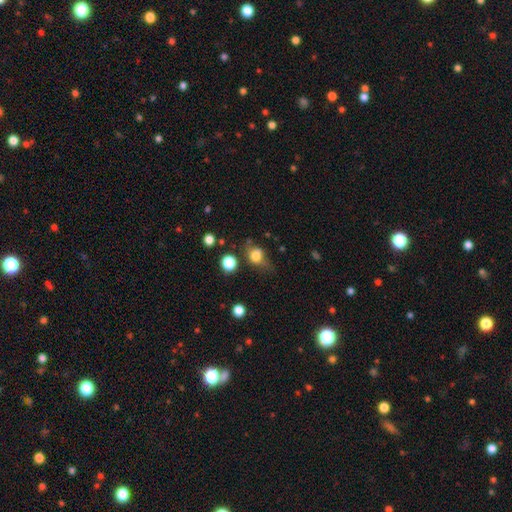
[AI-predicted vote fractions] This is likely a smooth galaxy (74%). How rounded: possibly round (51%). Merging: possibly none (50%).